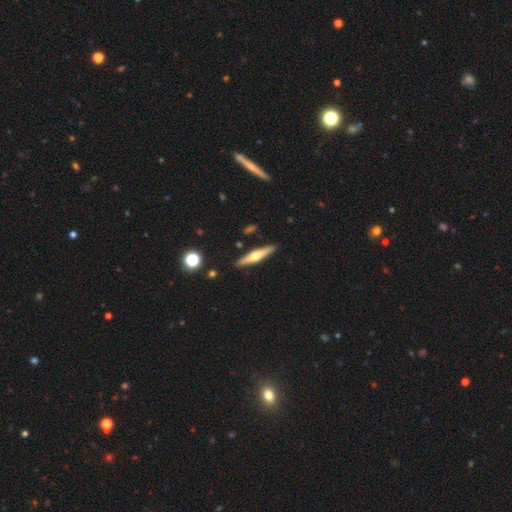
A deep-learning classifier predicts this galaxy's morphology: featured or disk 58%, smooth 36%, star or artifact 6%. Down the decision tree: edge-on disk — yes (96%); edge-on bulge — rounded (91%); merging — none (89%).